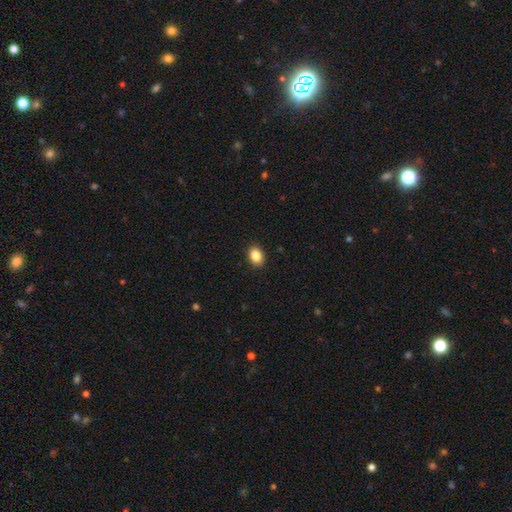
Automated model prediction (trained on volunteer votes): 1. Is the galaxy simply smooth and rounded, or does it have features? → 86% smooth, 9% star or artifact, 5% featured or disk.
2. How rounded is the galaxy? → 70% in between, 29% round, 1% cigar-shaped.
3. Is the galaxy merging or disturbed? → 91% none, 6% minor disturbance, 2% major disturbance, 1% merger.